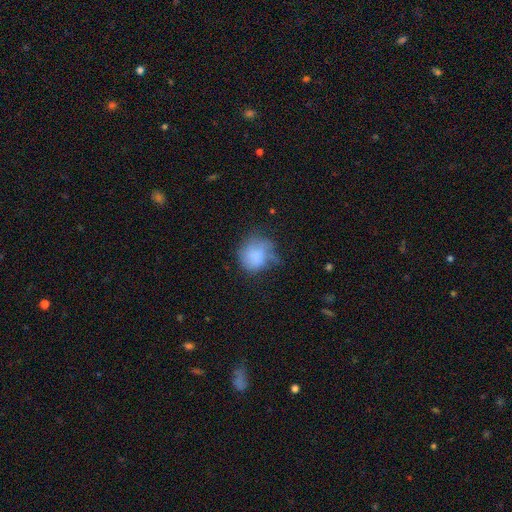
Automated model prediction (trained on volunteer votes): smooth_or_featured: smooth (p=0.73) [alt: featured or disk p=0.18]
how_rounded: round (p=0.74) [alt: in between p=0.25]
merging: none (p=0.37) [alt: minor disturbance p=0.34]